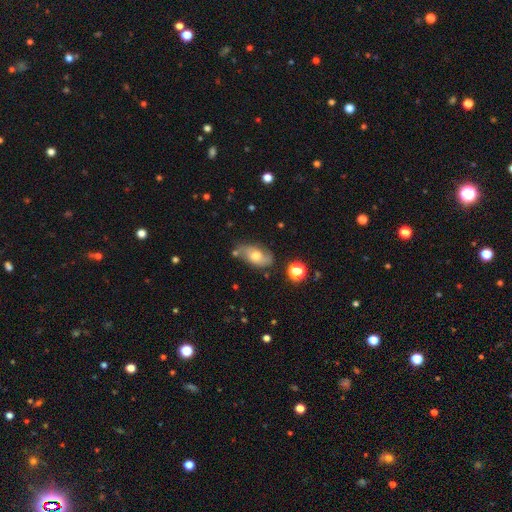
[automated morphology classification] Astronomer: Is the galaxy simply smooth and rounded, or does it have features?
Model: featured or disk — 49% (runner-up: smooth, 41%).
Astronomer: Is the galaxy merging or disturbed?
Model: none — 65%.